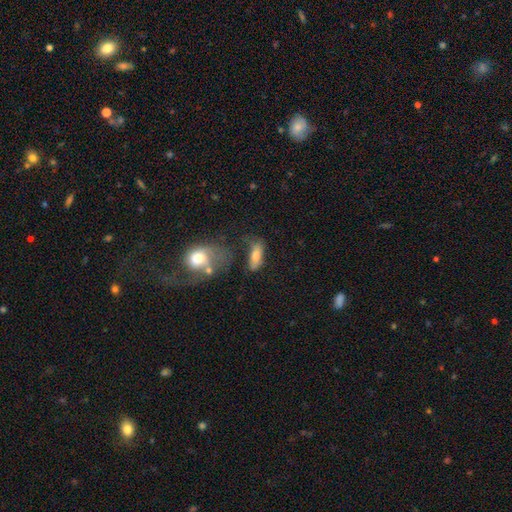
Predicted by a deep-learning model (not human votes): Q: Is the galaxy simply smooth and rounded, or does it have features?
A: smooth — 62%.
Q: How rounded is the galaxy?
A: in between — 70%.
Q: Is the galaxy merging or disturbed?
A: none — 42%.